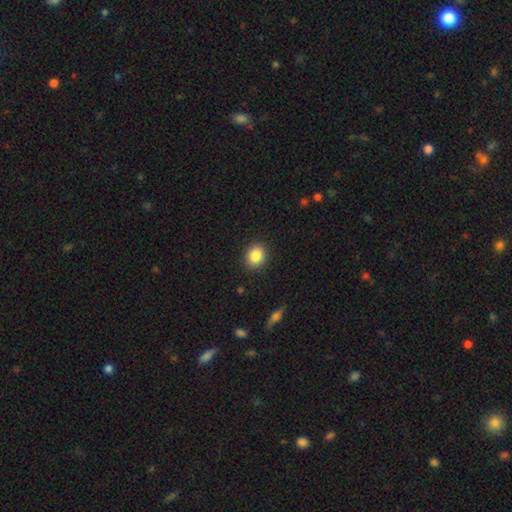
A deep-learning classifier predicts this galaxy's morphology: Smooth or featured?
  - smooth: 85% *
  - star or artifact: 9%
  - featured or disk: 5%
How rounded?
  - round: 68% *
  - in between: 31%
  - cigar-shaped: 1%
Merging?
  - none: 89% *
  - minor disturbance: 7%
  - major disturbance: 2%
  - merger: 1%